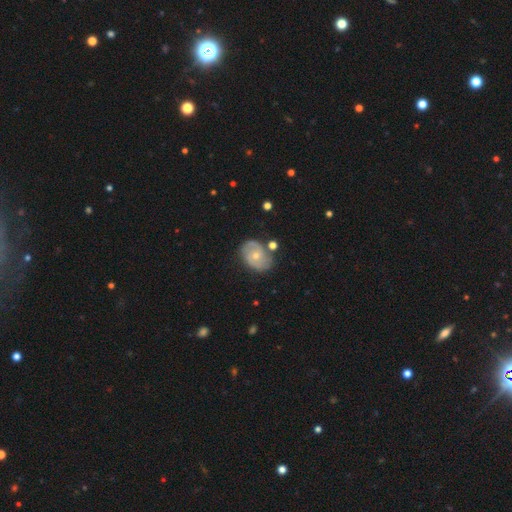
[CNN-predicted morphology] Overall: featured or disk (71%). Edge-on disk: no (97%). Bar: no (71%). Spiral arms: yes (87%). Spiral arm count: 2 (75%). Spiral winding: tight (44%; medium 41%). Bulge size: small (55%; moderate 42%). Merging: none (71%).